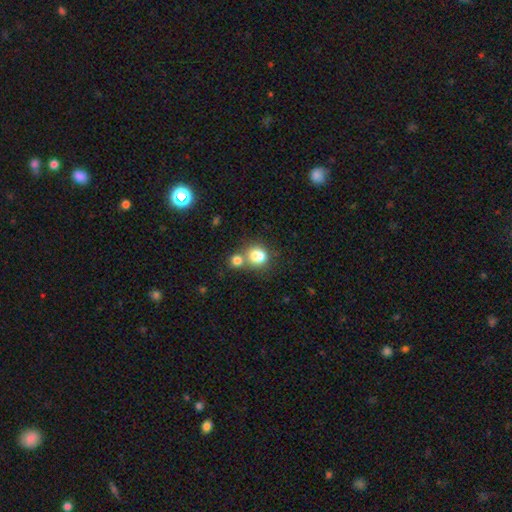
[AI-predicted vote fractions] Morphology: type=smooth (76%); roundness=round (74%); merging=merger (49%).